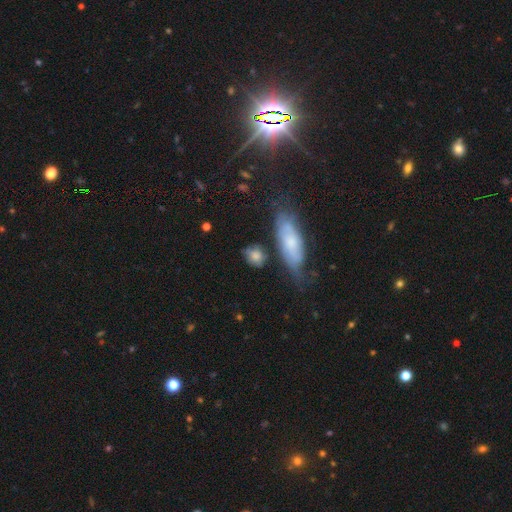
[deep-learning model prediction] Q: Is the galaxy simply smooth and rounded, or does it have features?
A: smooth — 73%.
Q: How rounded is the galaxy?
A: round — 57%.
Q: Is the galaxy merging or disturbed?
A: none — 59%.